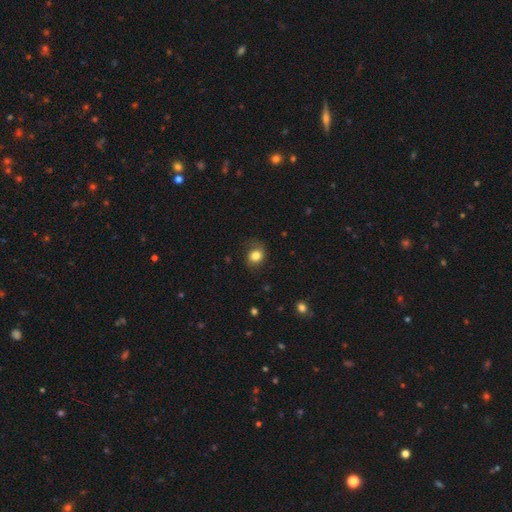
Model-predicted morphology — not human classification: Smooth or featured: smooth — 77% (featured or disk — 13%)
How rounded: round — 62% (in between — 37%)
Merging: none — 68% (minor disturbance — 21%)